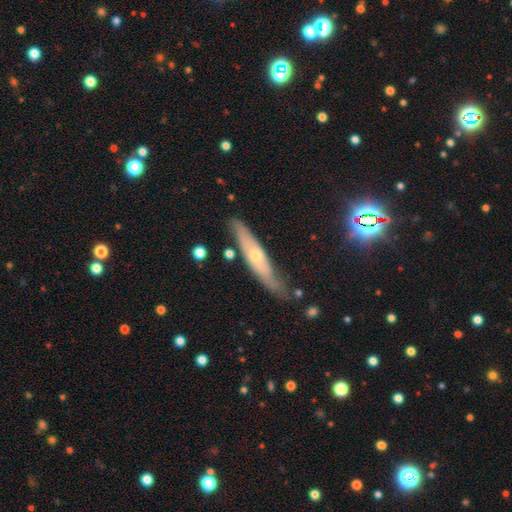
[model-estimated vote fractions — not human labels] Morphology: type=featured or disk (55%); edge-on=yes (70%); merging=none (73%).